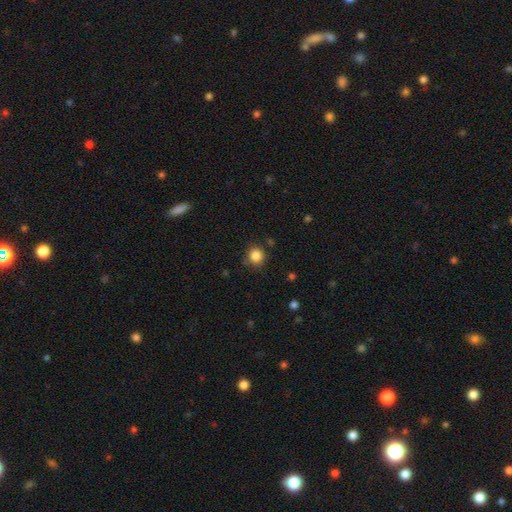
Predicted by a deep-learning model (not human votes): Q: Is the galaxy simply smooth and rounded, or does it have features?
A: smooth — 85%.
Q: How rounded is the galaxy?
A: round — 90%.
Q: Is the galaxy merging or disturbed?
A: none — 82%.